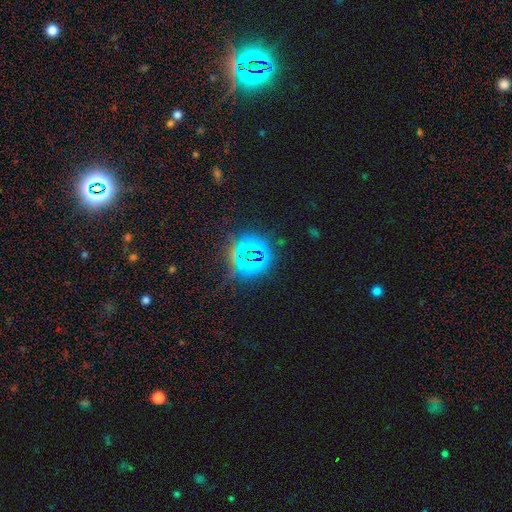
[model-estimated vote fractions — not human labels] Q: Smooth or featured?
A: star or artifact (74%); runner-up: smooth (17%)